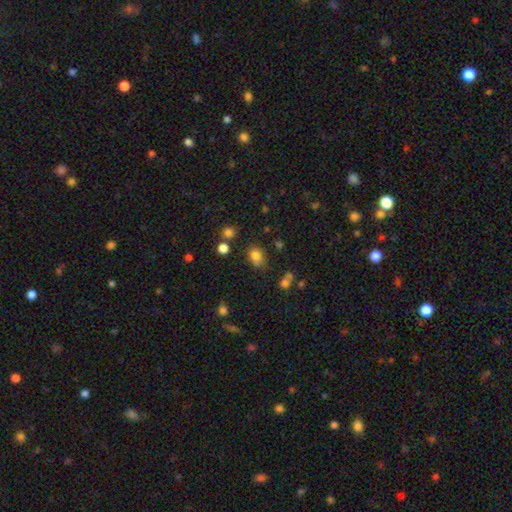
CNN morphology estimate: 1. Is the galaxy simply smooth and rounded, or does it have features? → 79% smooth, 14% star or artifact, 7% featured or disk.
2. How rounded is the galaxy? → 58% in between, 40% round, 1% cigar-shaped.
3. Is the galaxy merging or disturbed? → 64% none, 21% minor disturbance, 9% merger, 6% major disturbance.